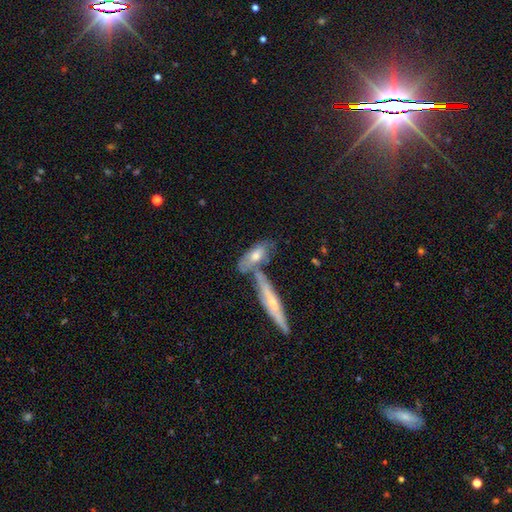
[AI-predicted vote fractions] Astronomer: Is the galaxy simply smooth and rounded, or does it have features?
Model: smooth — 57% (runner-up: featured or disk, 37%).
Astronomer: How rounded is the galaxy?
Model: in between — 54% (runner-up: cigar-shaped, 43%).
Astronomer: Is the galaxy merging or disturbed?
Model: none — 44% (runner-up: merger, 37%).